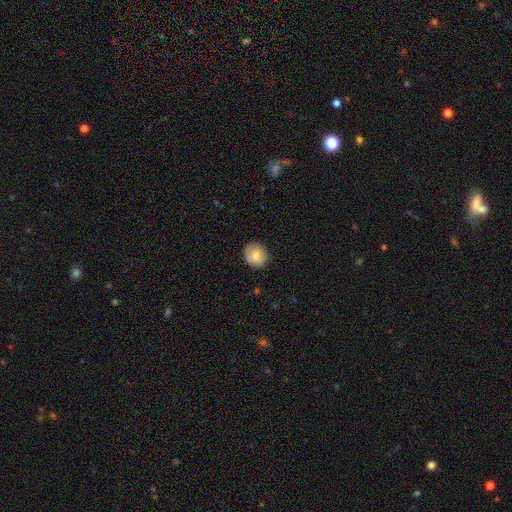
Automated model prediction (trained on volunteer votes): A smooth galaxy with no disk features (77%) that is round (79%).

Vote fractions:
- Smooth or featured? smooth: 77% / featured or disk: 15% / star or artifact: 8%
- How rounded? round: 79% / in between: 20% / cigar-shaped: 1%
- Merging? none: 86% / minor disturbance: 11% / major disturbance: 2% / merger: 1%